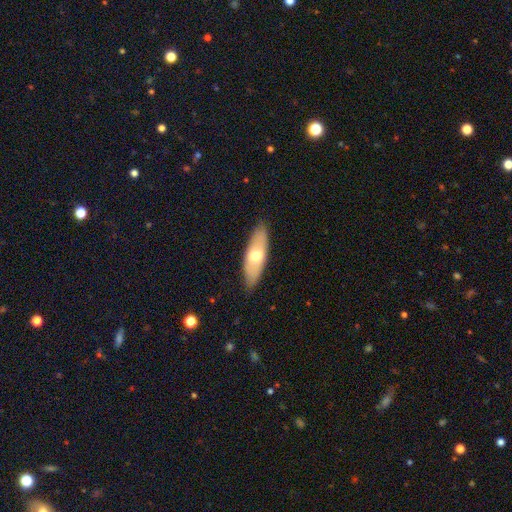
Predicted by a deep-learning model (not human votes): Smooth or featured? Predicted: smooth (p=0.60). How rounded? Predicted: in between (p=0.62). Merging? Predicted: none (p=0.84).